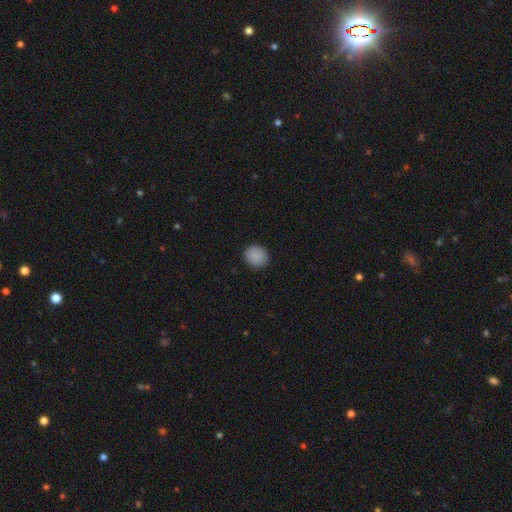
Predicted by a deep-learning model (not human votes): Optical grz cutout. It shows a smooth galaxy with no disk features (88%) that is round (85%). Merging: none (90%).